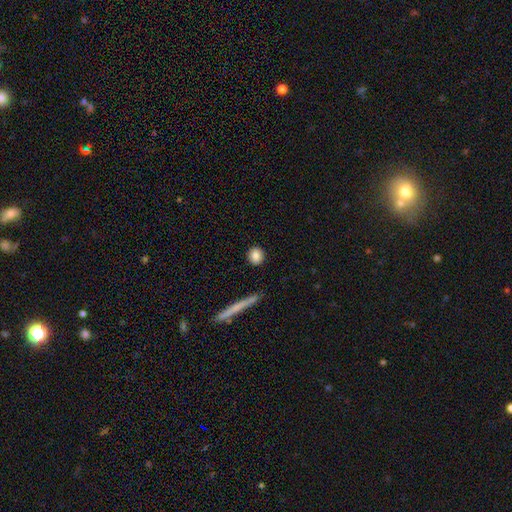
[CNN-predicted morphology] Smooth or featured? smooth (85%)
How rounded? round (79%)
Merging? none (90%)